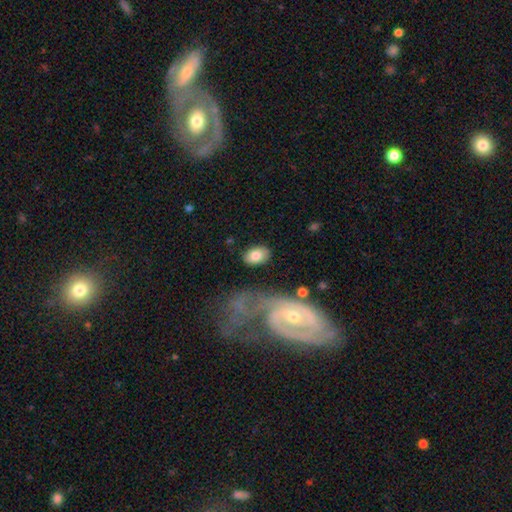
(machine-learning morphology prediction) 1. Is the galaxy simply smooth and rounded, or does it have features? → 78% smooth, 15% featured or disk, 6% star or artifact.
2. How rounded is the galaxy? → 87% in between, 12% round, 1% cigar-shaped.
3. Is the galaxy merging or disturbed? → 78% none, 12% minor disturbance, 5% merger, 5% major disturbance.